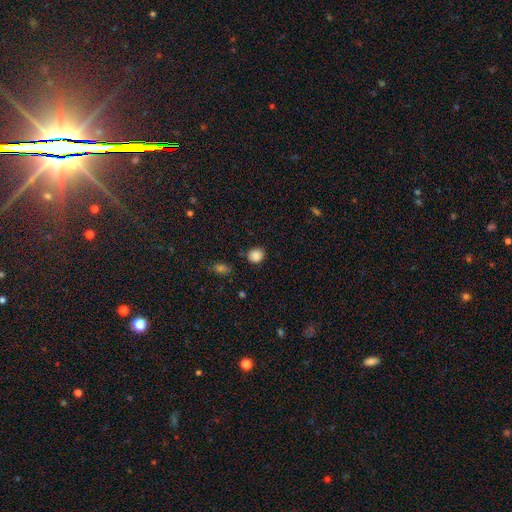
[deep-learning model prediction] Smooth or featured? smooth (86%)
How rounded? round (76%)
Merging? none (84%)